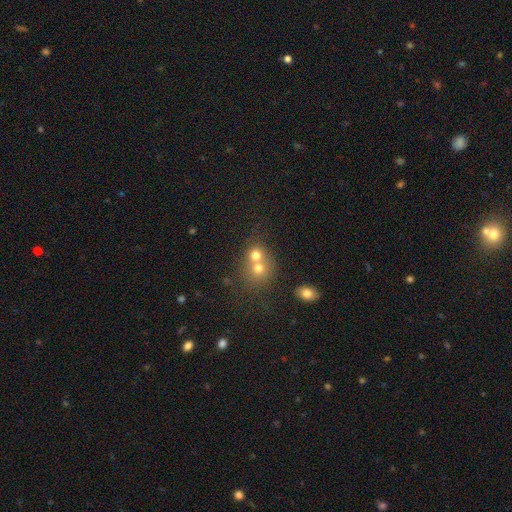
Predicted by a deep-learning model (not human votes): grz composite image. It shows a smooth galaxy with no disk features (71%) that is round (77%). Merging: merger (61%).